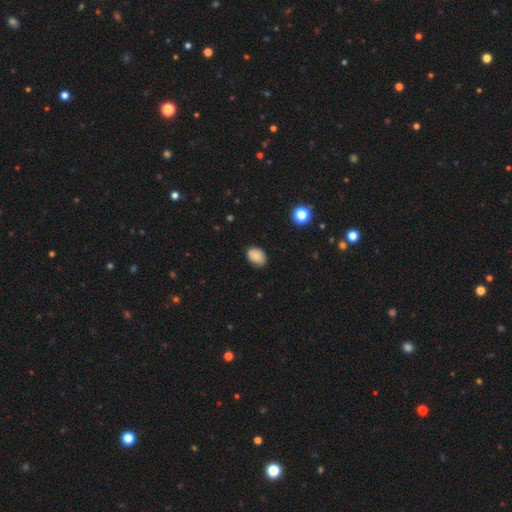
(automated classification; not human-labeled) smooth_or_featured: smooth (p=0.85) [alt: star or artifact p=0.09]
how_rounded: in between (p=0.81) [alt: round p=0.18]
merging: none (p=0.82) [alt: minor disturbance p=0.14]